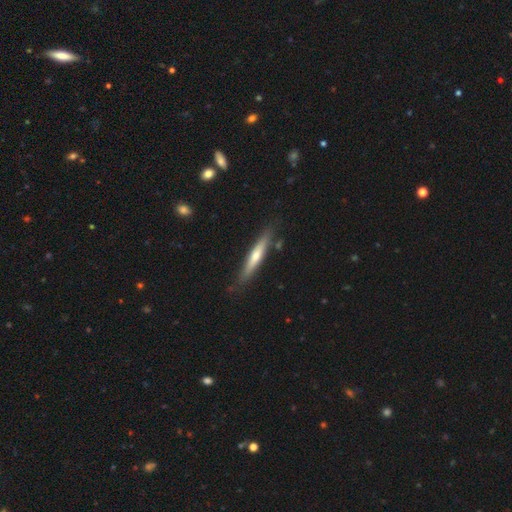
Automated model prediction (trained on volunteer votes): A featured or disk galaxy (53%) viewed edge-on (93%).

Vote fractions:
- Smooth or featured? featured or disk: 53% / smooth: 41% / star or artifact: 6%
- Edge-on disk? yes: 93% / no: 7%
- Merging? none: 84% / minor disturbance: 12% / merger: 2% / major disturbance: 2%